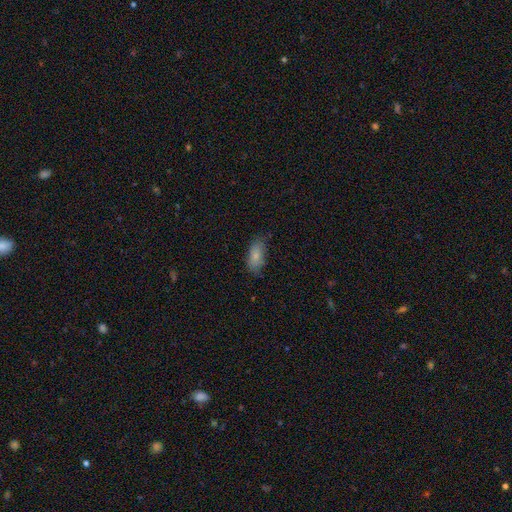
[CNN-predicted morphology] A smooth galaxy with no disk features (81%) that is in between round and cigar-shaped (87%). Merging: none (74%).